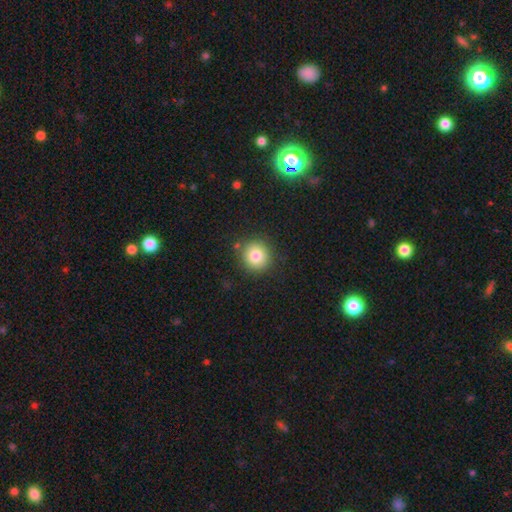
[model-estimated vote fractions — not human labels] Smooth or featured: smooth — 80% (star or artifact — 11%)
How rounded: round — 92% (in between — 7%)
Merging: none — 87% (minor disturbance — 8%)